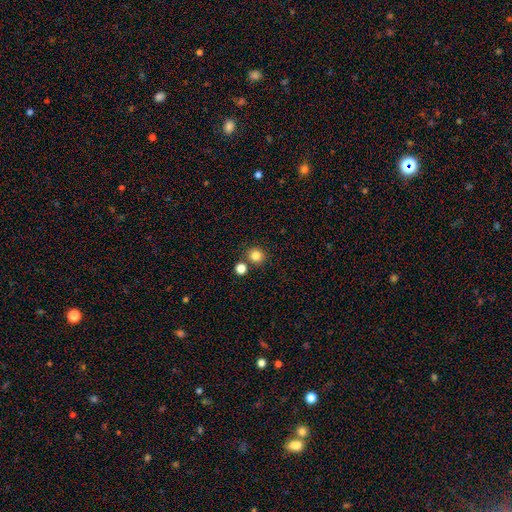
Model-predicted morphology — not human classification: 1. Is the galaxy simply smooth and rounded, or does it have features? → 83% smooth, 13% star or artifact, 4% featured or disk.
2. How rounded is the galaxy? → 92% round, 7% in between, 1% cigar-shaped.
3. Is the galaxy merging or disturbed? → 80% none, 12% merger, 6% minor disturbance, 2% major disturbance.